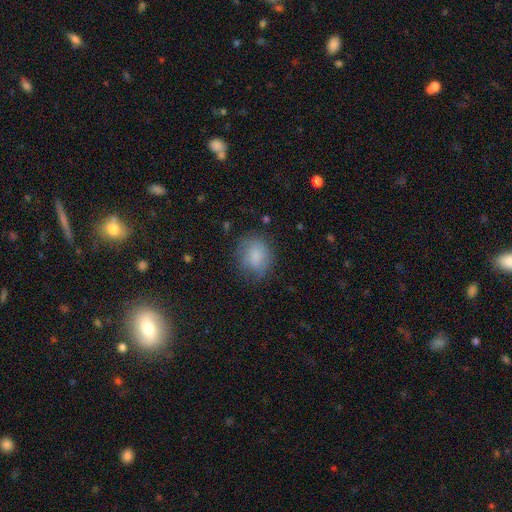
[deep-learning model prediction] Smooth or featured: smooth — 78% (featured or disk — 13%)
How rounded: round — 65% (in between — 34%)
Merging: none — 66% (minor disturbance — 23%)